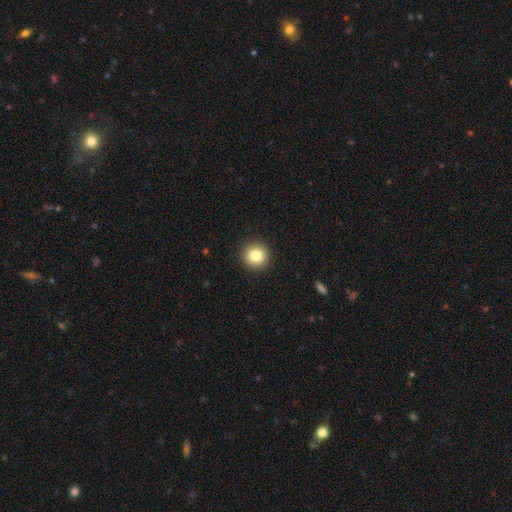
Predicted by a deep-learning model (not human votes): Overall: smooth (83%). How rounded: round (94%). Merging: none (92%).